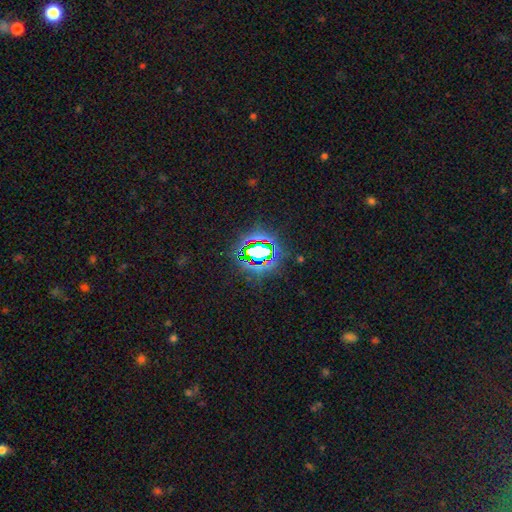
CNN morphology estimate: A star or artifact, not a galaxy (73%).